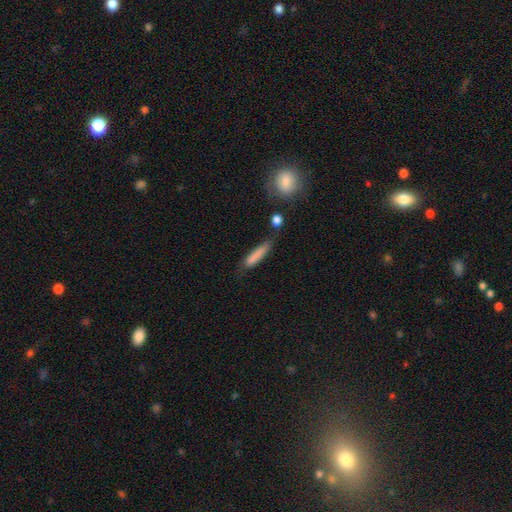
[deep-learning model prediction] A smooth galaxy with no disk features (80%) that is cigar-shaped (84%). Merging: none (57%).